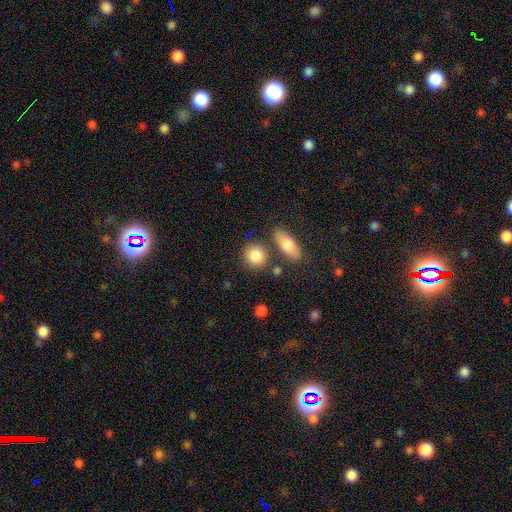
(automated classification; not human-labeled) smooth-or-featured: smooth: 85% | featured or disk: 8% | star or artifact: 7%
  how-rounded: round: 76% | in between: 22% | cigar-shaped: 3%
  merging: none: 74% | minor disturbance: 11% | merger: 11% | major disturbance: 4%